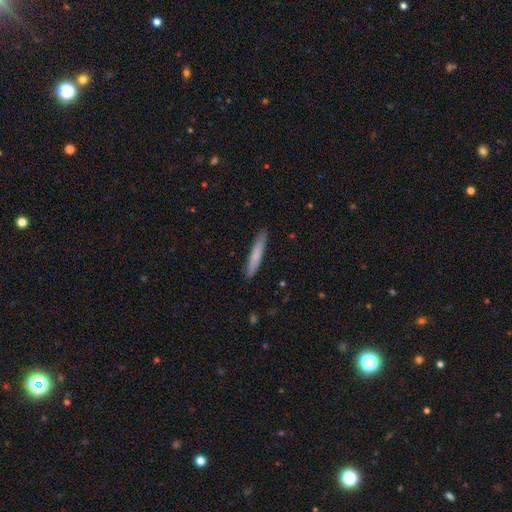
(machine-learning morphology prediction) smooth_or_featured: smooth (p=0.73) [alt: featured or disk p=0.21]
how_rounded: cigar-shaped (p=0.94) [alt: in between p=0.05]
merging: none (p=0.90) [alt: minor disturbance p=0.08]